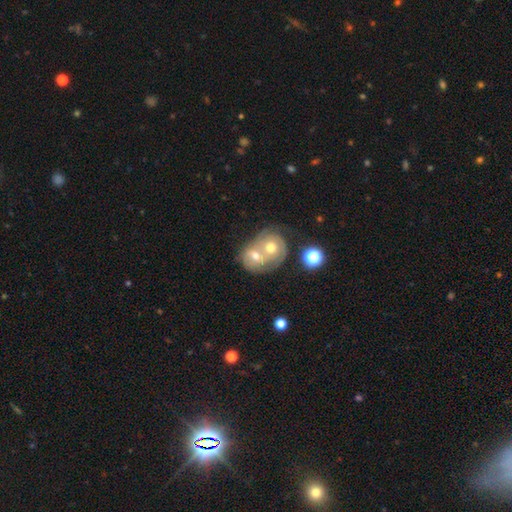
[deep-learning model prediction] This appears to be a featured or disk galaxy (53%) with no bar (78%), spiral arms (59%) and a moderate central bulge (71%). Merging: merger (76%).